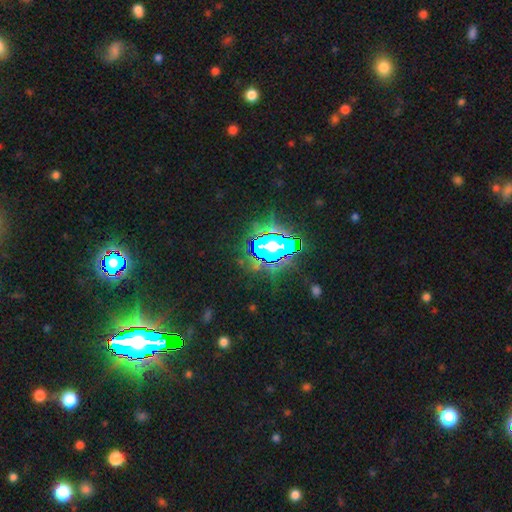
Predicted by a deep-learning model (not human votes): Smooth or featured? Predicted: star or artifact (p=0.83).